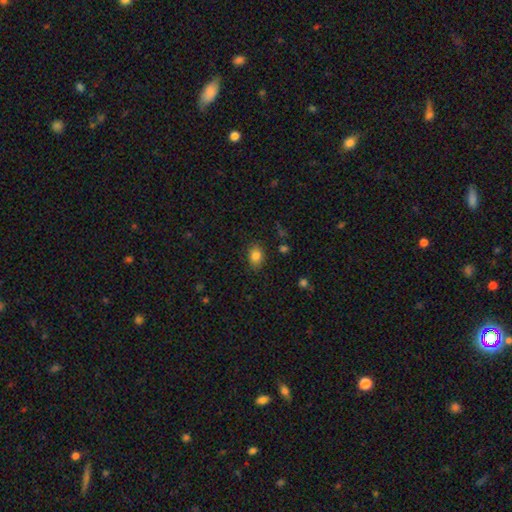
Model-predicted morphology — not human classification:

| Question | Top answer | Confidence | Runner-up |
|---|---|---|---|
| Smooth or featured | smooth | 84% | star or artifact (10%) |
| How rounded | in between | 69% | round (30%) |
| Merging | none | 83% | minor disturbance (12%) |